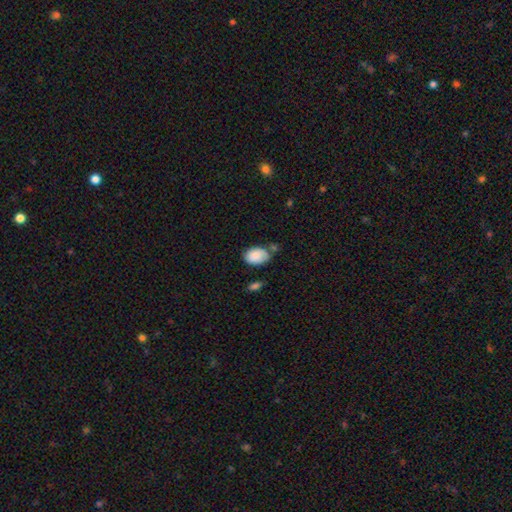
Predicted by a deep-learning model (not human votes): Morphology: type=smooth (84%); roundness=in between (85%); merging=none (52%).